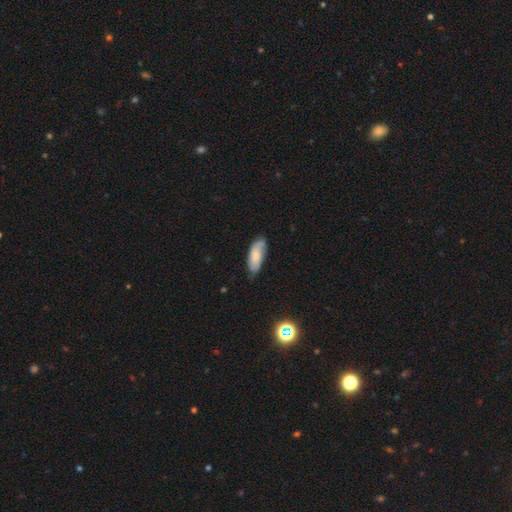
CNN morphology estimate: smooth_or_featured: smooth (p=0.64) [alt: featured or disk p=0.29]
how_rounded: in between (p=0.77) [alt: cigar-shaped p=0.21]
merging: none (p=0.68) [alt: minor disturbance p=0.25]